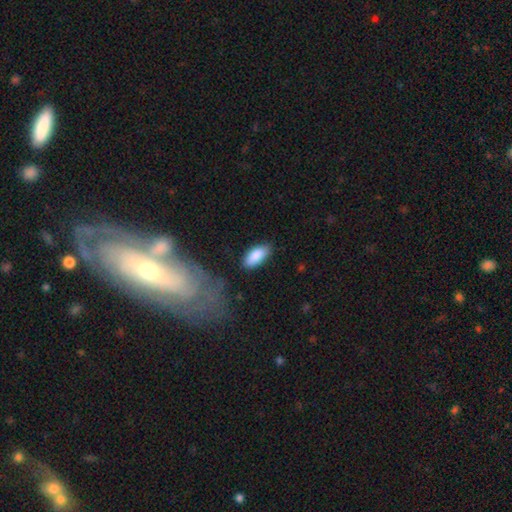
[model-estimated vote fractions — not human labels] Smooth or featured? smooth (88%)
How rounded? in between (88%)
Merging? none (81%)